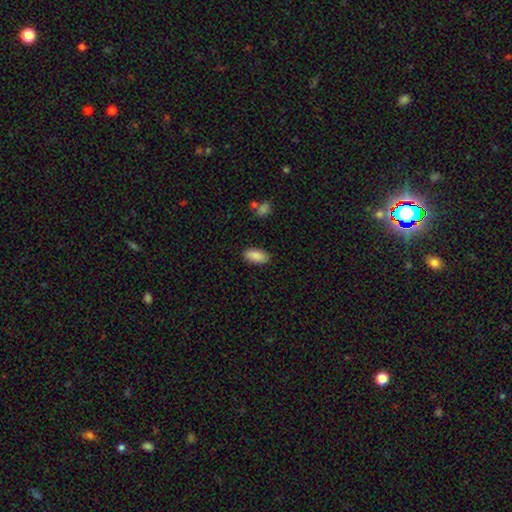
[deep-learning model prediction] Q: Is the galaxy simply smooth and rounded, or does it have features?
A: smooth — 88%.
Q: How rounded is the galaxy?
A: in between — 90%.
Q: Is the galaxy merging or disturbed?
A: none — 86%.